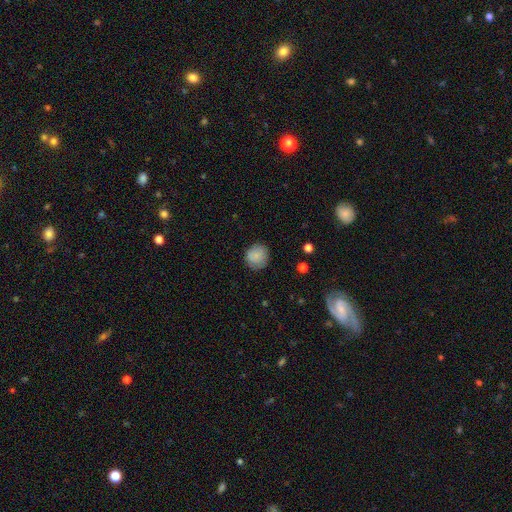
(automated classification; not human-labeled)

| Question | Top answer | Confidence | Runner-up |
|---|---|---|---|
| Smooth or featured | smooth | 85% | star or artifact (8%) |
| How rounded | round | 89% | in between (10%) |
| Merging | none | 83% | minor disturbance (13%) |